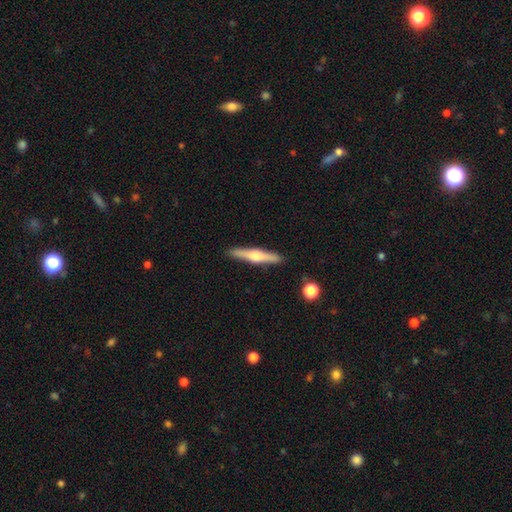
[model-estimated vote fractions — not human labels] The model was most divided on "smooth or featured": featured or disk: 63%, smooth: 32%, star or artifact: 6%. More confident: edge-on disk — yes (97%); merging — none (90%); edge-on bulge — rounded (89%).